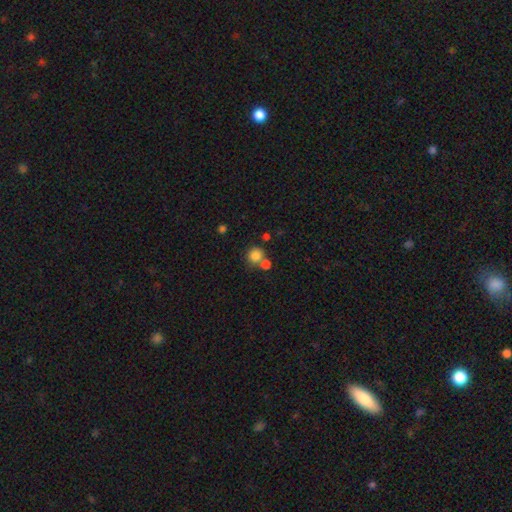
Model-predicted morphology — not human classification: smooth 82%, star or artifact 11%, featured or disk 6%. Down the decision tree: how rounded — round (89%); merging — none (59%).